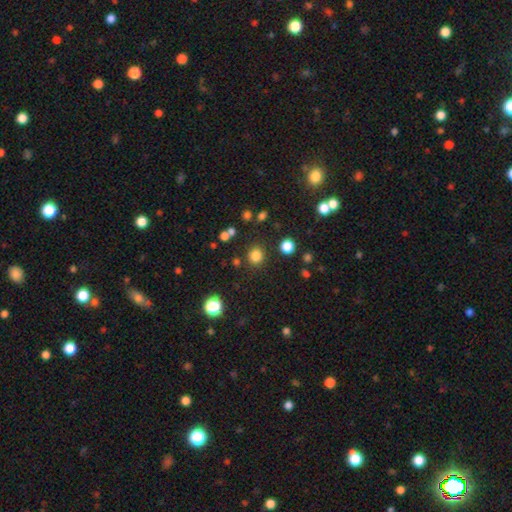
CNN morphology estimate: The model was most divided on "smooth or featured": smooth: 81%, star or artifact: 15%, featured or disk: 4%. More confident: how rounded — round (88%); merging — none (86%).